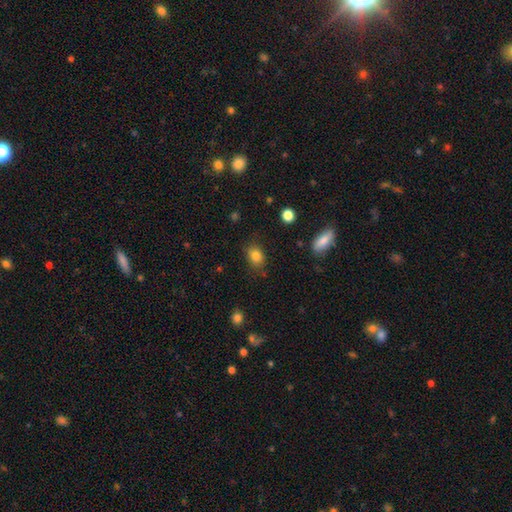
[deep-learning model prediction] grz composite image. It shows a smooth galaxy with no disk features (83%) that is in between round and cigar-shaped (68%). Merging: none (80%).